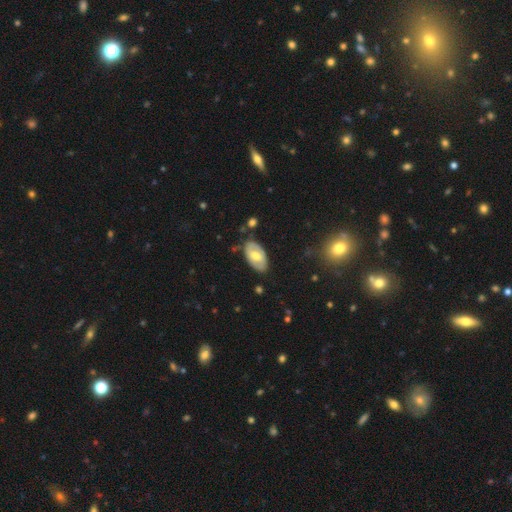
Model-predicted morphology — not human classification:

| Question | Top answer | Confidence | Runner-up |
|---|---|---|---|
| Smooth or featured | smooth | 51% | featured or disk (43%) |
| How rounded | in between | 93% | round (5%) |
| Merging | none | 79% | minor disturbance (15%) |